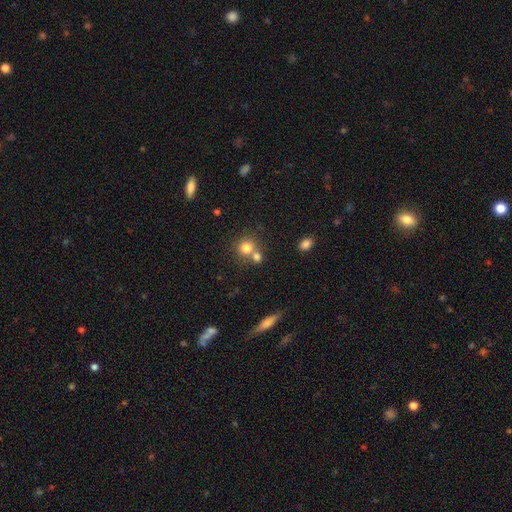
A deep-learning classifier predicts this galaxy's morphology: smooth-or-featured: smooth: 73% | star or artifact: 14% | featured or disk: 13%
  how-rounded: round: 84% | in between: 14% | cigar-shaped: 2%
  merging: none: 51% | merger: 38% | minor disturbance: 8% | major disturbance: 3%